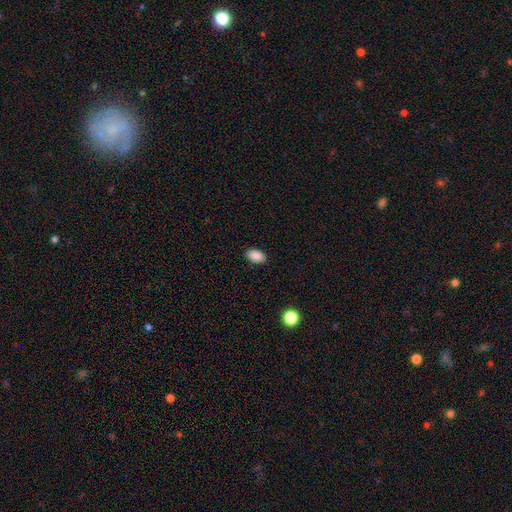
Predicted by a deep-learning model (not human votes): Smooth or featured?
  - smooth: 89% *
  - star or artifact: 8%
  - featured or disk: 3%
How rounded?
  - in between: 91% *
  - round: 8%
  - cigar-shaped: 1%
Merging?
  - none: 89% *
  - minor disturbance: 8%
  - major disturbance: 2%
  - merger: 1%